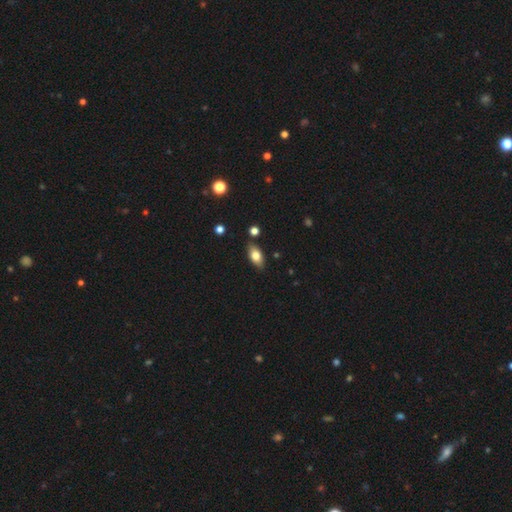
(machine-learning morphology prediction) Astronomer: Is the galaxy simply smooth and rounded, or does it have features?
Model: smooth — 77%.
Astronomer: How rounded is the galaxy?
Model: in between — 88%.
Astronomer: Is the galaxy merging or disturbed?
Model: none — 83%.